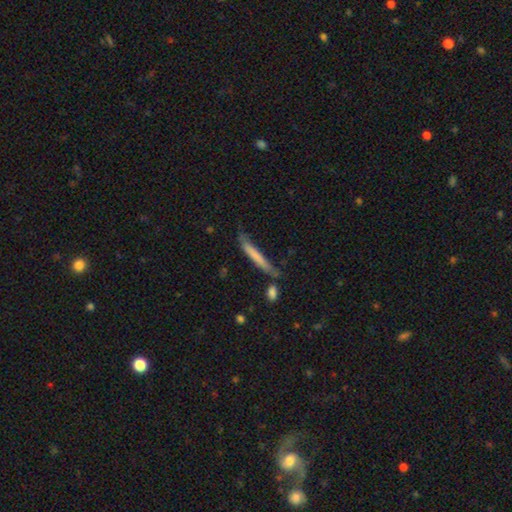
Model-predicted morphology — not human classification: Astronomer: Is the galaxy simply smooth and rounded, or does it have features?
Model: smooth — 68%.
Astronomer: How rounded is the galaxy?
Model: cigar-shaped — 95%.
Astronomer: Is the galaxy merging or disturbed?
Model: none — 61%.